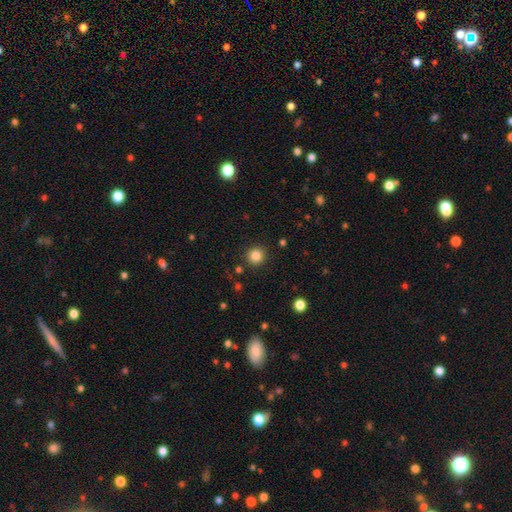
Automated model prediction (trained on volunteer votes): Smooth or featured? smooth (83%)
How rounded? round (94%)
Merging? none (90%)